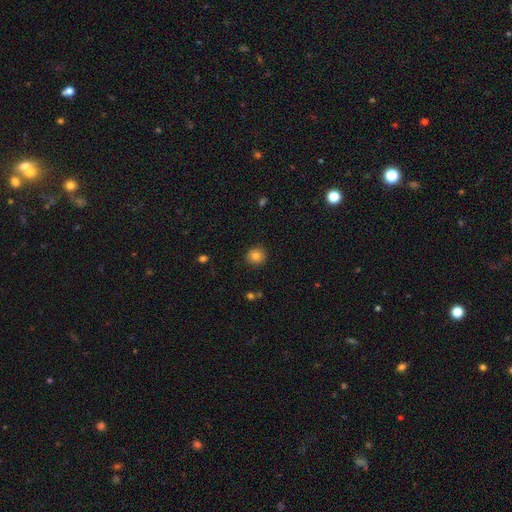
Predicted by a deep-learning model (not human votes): Morphology: type=smooth (83%); roundness=round (90%); merging=none (90%).